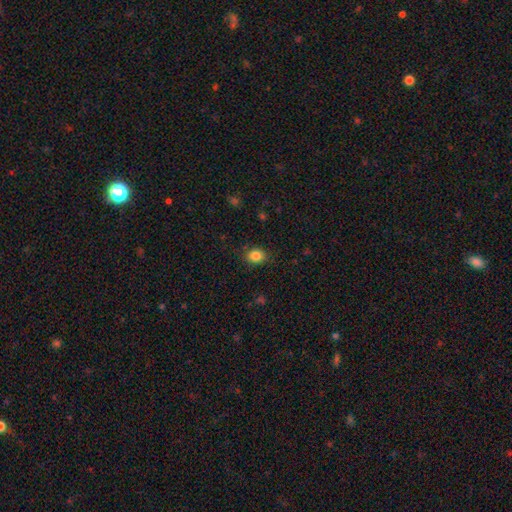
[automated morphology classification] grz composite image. It shows a smooth galaxy with no disk features (85%) that is round (50%). Merging: none (85%).